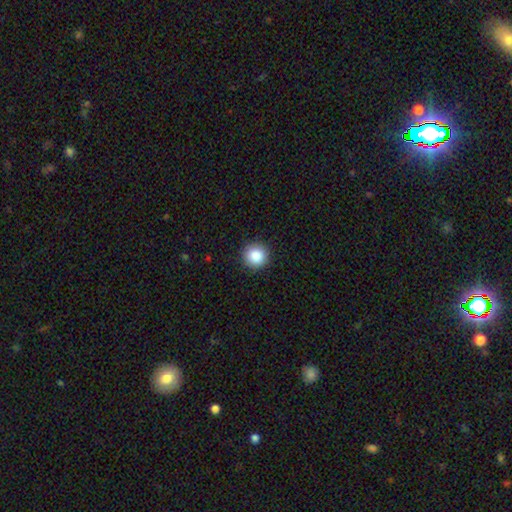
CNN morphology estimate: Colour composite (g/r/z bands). It shows a smooth galaxy with no disk features (87%) that is round (94%). Merging: none (91%).